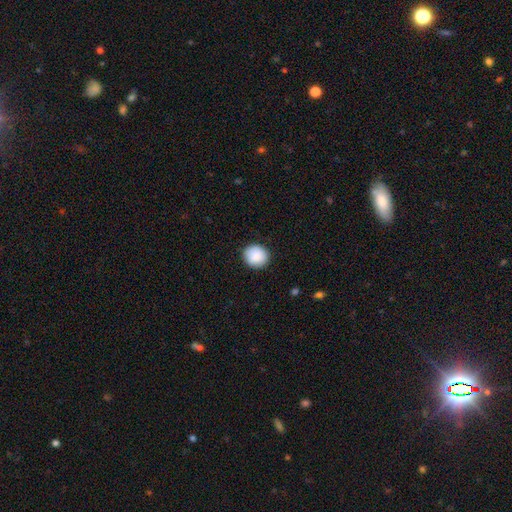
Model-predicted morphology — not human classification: Q: Smooth or featured?
A: smooth (89%); runner-up: star or artifact (7%)
Q: How rounded?
A: round (87%); runner-up: in between (12%)
Q: Merging?
A: none (90%); runner-up: minor disturbance (7%)